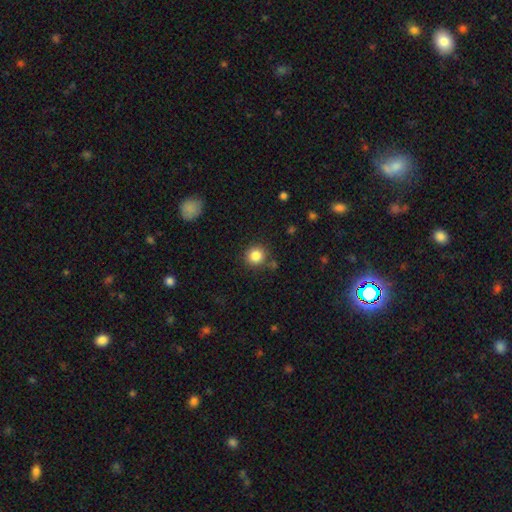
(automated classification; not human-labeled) The model was most divided on "smooth or featured": smooth: 84%, star or artifact: 11%, featured or disk: 5%. More confident: how rounded — round (93%); merging — none (84%).